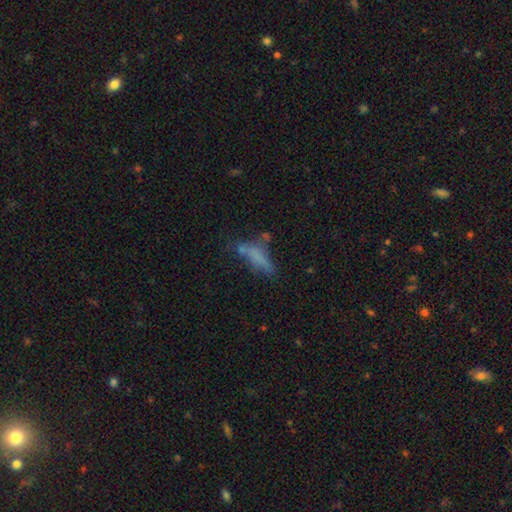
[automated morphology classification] Smooth or featured: smooth — 63% (featured or disk — 24%)
How rounded: cigar-shaped — 61% (in between — 36%)
Merging: none — 46% (minor disturbance — 25%)